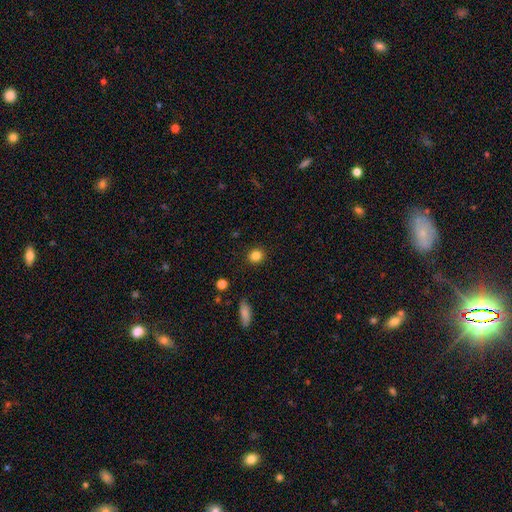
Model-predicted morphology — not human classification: smooth 84%, star or artifact 11%, featured or disk 5%. Down the decision tree: how rounded — round (81%); merging — none (90%).